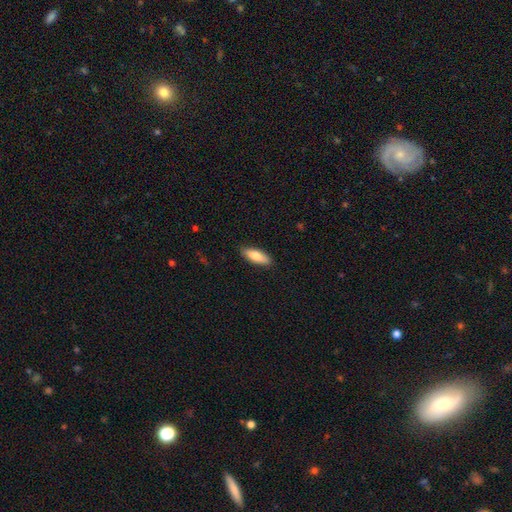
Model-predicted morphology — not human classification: Overall: smooth (82%). How rounded: in between (67%; cigar-shaped 31%). Merging: none (87%).